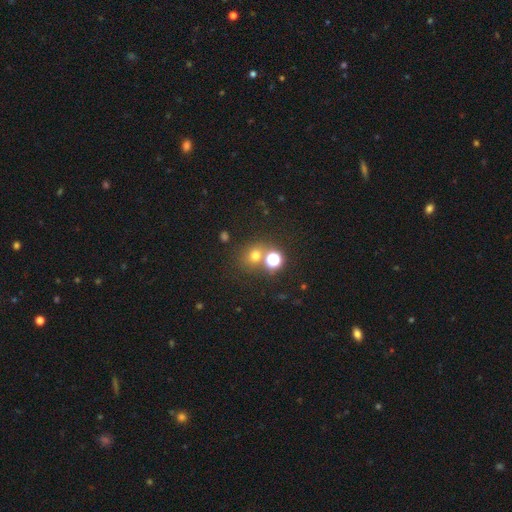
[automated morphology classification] Q: Smooth or featured?
A: smooth (66%); runner-up: star or artifact (25%)
Q: How rounded?
A: round (79%); runner-up: in between (20%)
Q: Merging?
A: none (65%); runner-up: merger (23%)